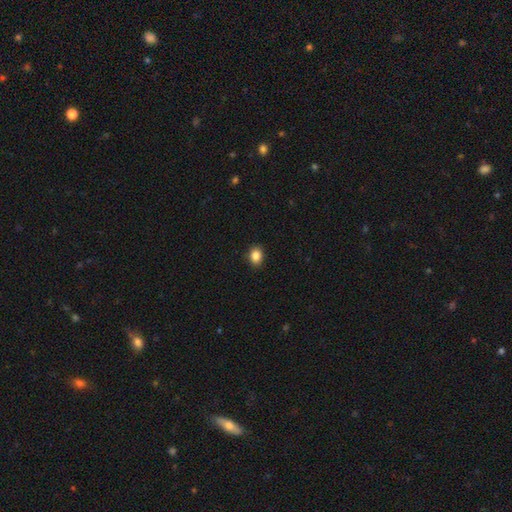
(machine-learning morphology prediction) smooth_or_featured: smooth (p=0.86) [alt: star or artifact p=0.09]
how_rounded: in between (p=0.60) [alt: round p=0.39]
merging: none (p=0.90) [alt: minor disturbance p=0.07]